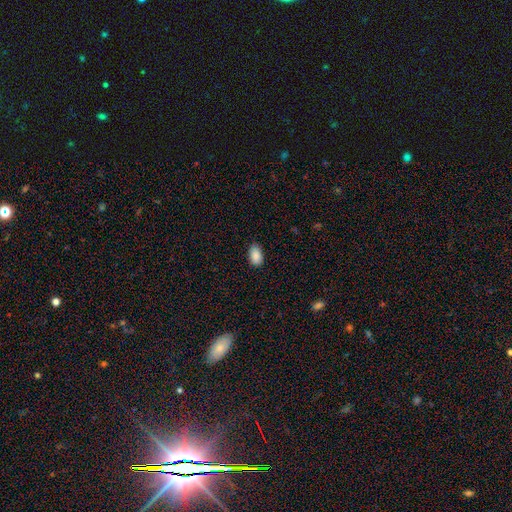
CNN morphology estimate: smooth-or-featured: smooth: 89% | star or artifact: 7% | featured or disk: 4%
  how-rounded: in between: 92% | round: 6% | cigar-shaped: 2%
  merging: none: 83% | minor disturbance: 14% | major disturbance: 2% | merger: 1%